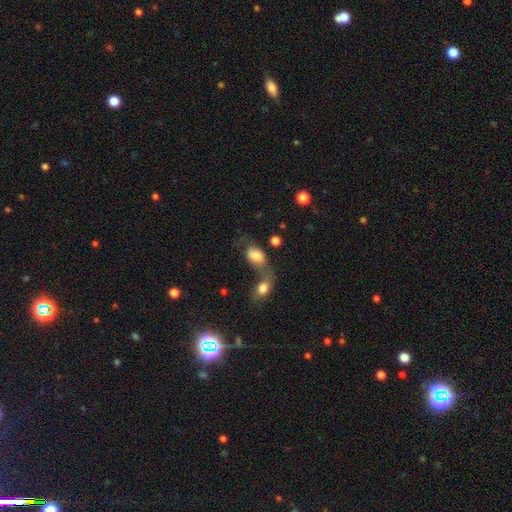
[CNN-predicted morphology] The model was most divided on "merging": merger: 59%, none: 18%, major disturbance: 12%, minor disturbance: 10%. More confident: how rounded — in between (87%); smooth or featured — smooth (73%).